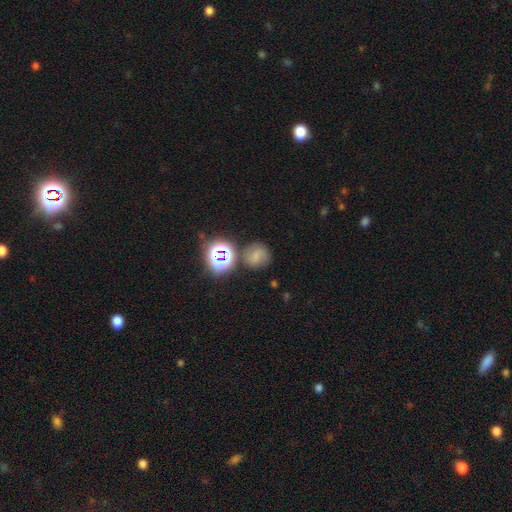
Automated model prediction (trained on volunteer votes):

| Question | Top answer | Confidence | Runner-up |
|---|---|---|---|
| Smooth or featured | smooth | 57% | star or artifact (24%) |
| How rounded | round | 85% | in between (14%) |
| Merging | none | 73% | minor disturbance (14%) |